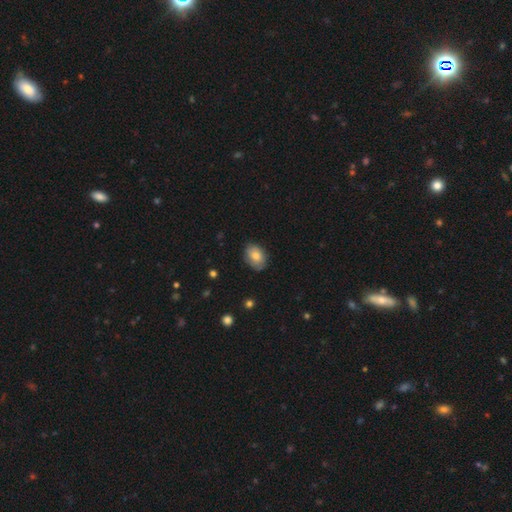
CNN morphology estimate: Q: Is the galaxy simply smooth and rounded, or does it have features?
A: smooth — 77%.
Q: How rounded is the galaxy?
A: in between — 80%.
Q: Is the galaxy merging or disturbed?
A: none — 79%.